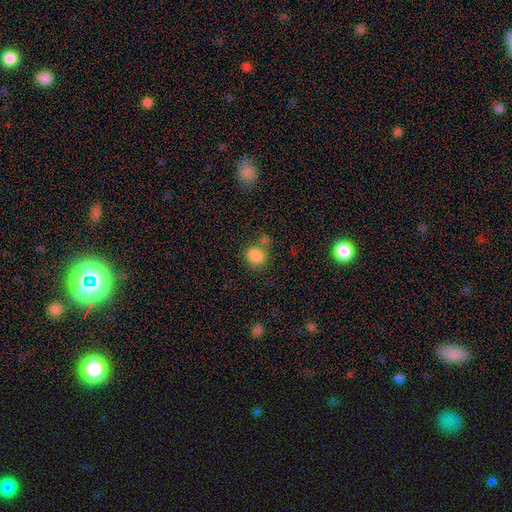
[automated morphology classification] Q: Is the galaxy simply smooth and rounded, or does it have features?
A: smooth — 84%.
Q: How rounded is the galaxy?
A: round — 58%.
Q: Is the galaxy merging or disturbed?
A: none — 58%.